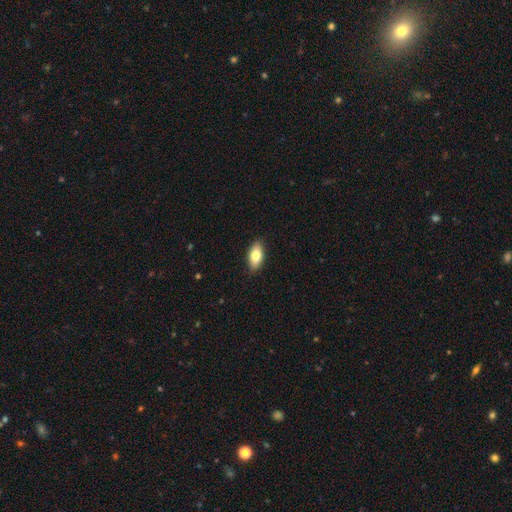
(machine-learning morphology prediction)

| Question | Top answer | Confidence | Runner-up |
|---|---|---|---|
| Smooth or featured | smooth | 77% | featured or disk (16%) |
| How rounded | in between | 88% | cigar-shaped (9%) |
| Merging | none | 88% | minor disturbance (10%) |